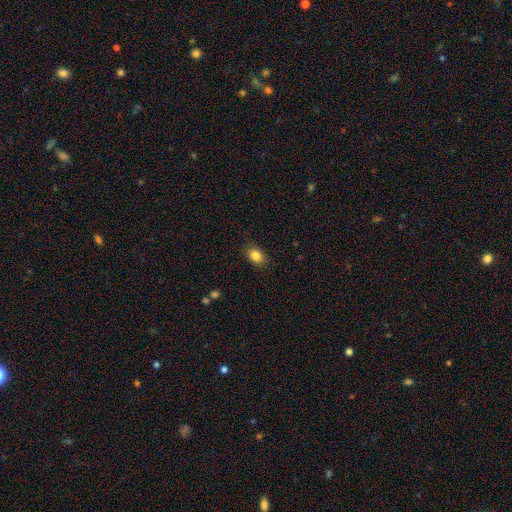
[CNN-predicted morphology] smooth_or_featured: smooth (p=0.85) [alt: star or artifact p=0.09]
how_rounded: in between (p=0.70) [alt: round p=0.29]
merging: none (p=0.86) [alt: minor disturbance p=0.10]